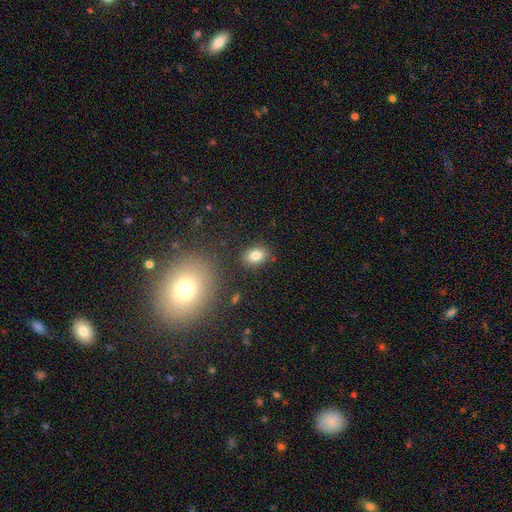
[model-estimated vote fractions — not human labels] Q: Smooth or featured?
A: smooth (82%); runner-up: star or artifact (10%)
Q: How rounded?
A: in between (72%); runner-up: round (27%)
Q: Merging?
A: none (85%); runner-up: minor disturbance (9%)